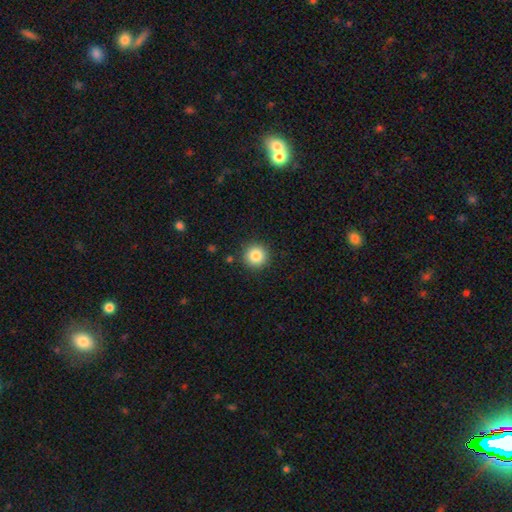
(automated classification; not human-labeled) smooth-or-featured: smooth: 85% | star or artifact: 10% | featured or disk: 6%
  how-rounded: round: 95% | in between: 4% | cigar-shaped: 1%
  merging: none: 90% | minor disturbance: 6% | major disturbance: 2% | merger: 2%